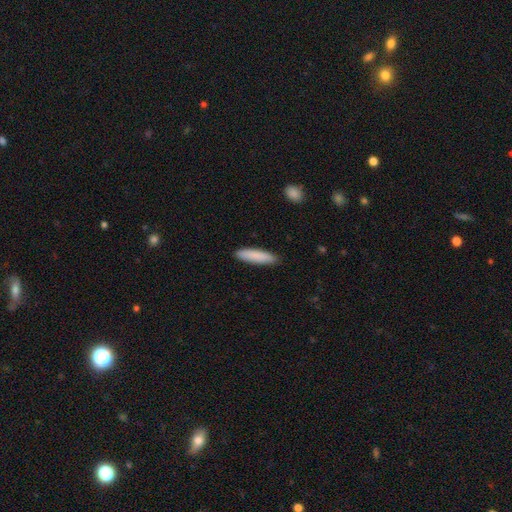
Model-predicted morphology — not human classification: A smooth galaxy with no disk features (87%) that is cigar-shaped (79%). Merging: none (89%).